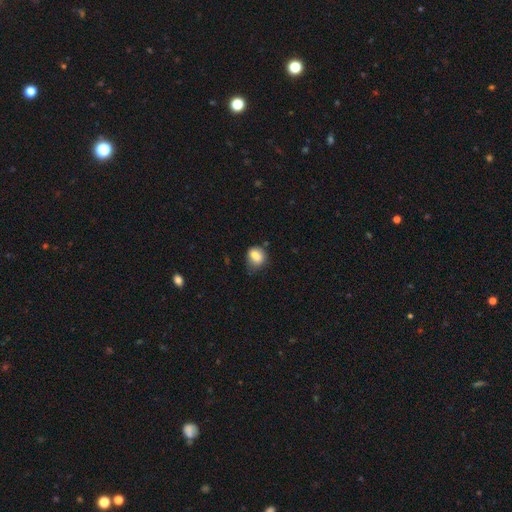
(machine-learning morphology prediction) smooth 80%, featured or disk 11%, star or artifact 10%. Down the decision tree: how rounded — round (57%); merging — none (51%).